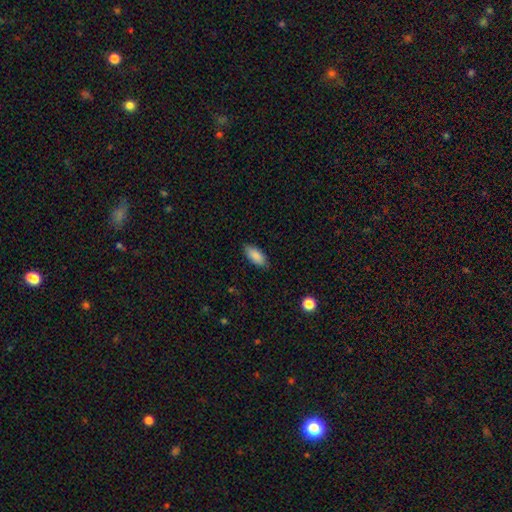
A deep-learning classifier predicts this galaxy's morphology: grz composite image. It shows a smooth galaxy with no disk features (88%) that is in between round and cigar-shaped (88%). Merging: none (86%).